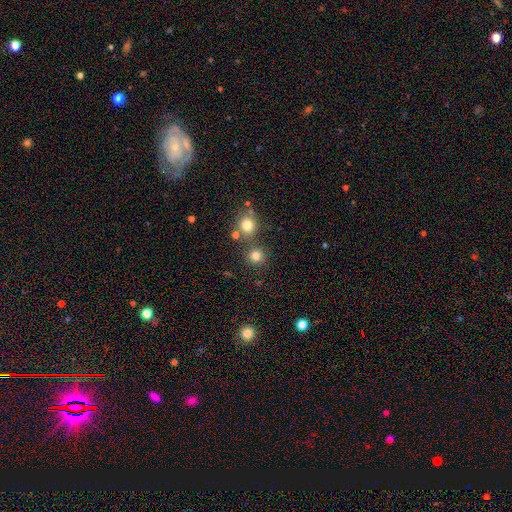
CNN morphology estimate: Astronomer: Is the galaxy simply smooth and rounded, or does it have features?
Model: smooth — 79%.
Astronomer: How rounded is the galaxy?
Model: round — 92%.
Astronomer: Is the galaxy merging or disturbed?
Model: none — 78%.